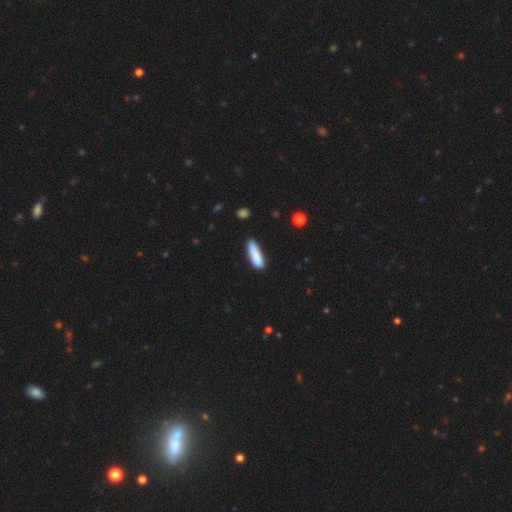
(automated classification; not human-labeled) smooth-or-featured: smooth: 86% | featured or disk: 7% | star or artifact: 6%
  how-rounded: cigar-shaped: 64% | in between: 35% | round: 1%
  merging: none: 77% | minor disturbance: 17% | major disturbance: 3% | merger: 3%